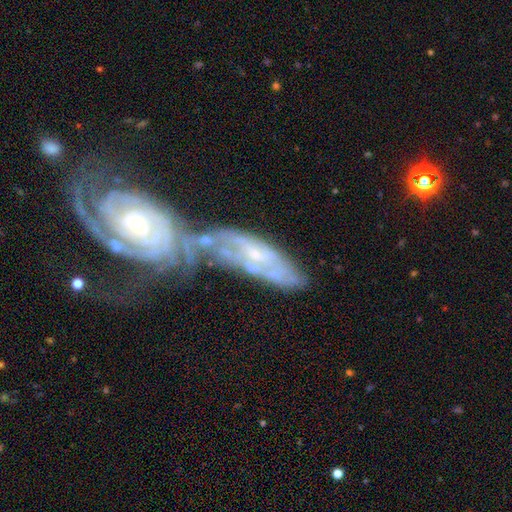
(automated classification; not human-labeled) This is clearly a featured or disk galaxy (81%). It is clearly not viewed edge-on (90%). Bar: possibly no (58%). Spiral arm pattern: clearly yes (90%). Spiral arm count: possibly can't tell (50%). Spiral winding: likely tight (68%). Central bulge: likely small (74%). Merging: likely merger (61%).